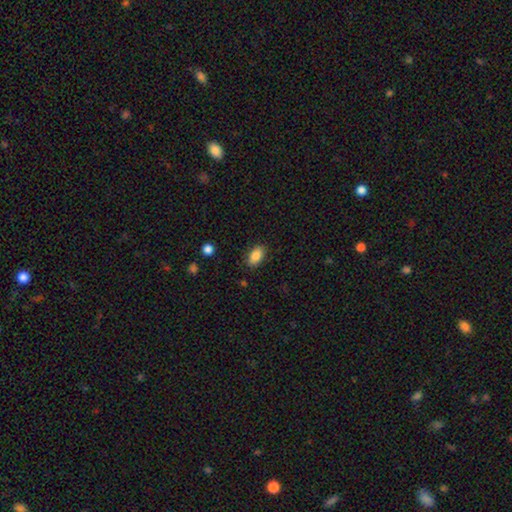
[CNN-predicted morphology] Q: Smooth or featured?
A: smooth (86%); runner-up: star or artifact (8%)
Q: How rounded?
A: in between (92%); runner-up: round (5%)
Q: Merging?
A: none (87%); runner-up: minor disturbance (10%)